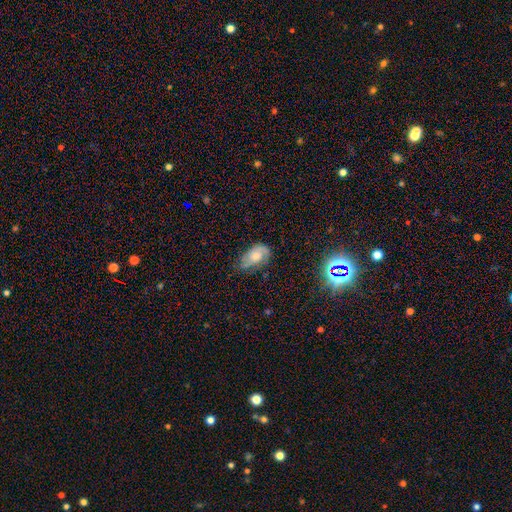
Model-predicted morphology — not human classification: A featured or disk galaxy (52%). Merging: none (55%).